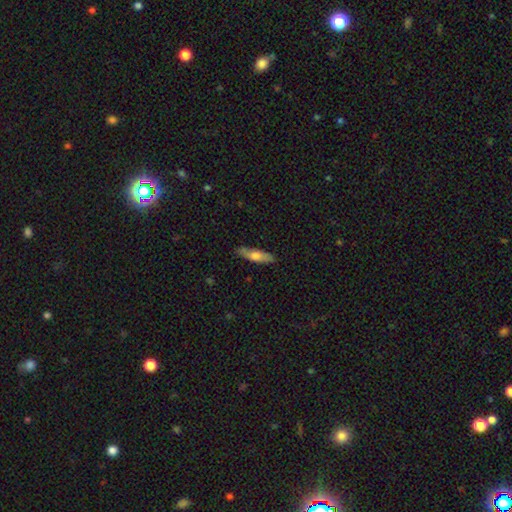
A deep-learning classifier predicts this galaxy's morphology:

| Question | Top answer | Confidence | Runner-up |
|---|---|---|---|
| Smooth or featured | smooth | 63% | featured or disk (31%) |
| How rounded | cigar-shaped | 69% | in between (29%) |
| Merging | none | 84% | minor disturbance (12%) |